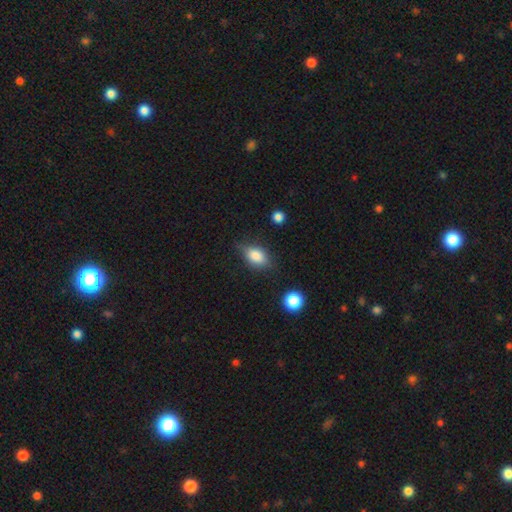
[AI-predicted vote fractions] A smooth galaxy with no disk features (80%) that is in between round and cigar-shaped (80%).

Vote fractions:
- Smooth or featured? smooth: 80% / featured or disk: 12% / star or artifact: 8%
- How rounded? in between: 80% / round: 17% / cigar-shaped: 3%
- Merging? none: 70% / minor disturbance: 22% / major disturbance: 5% / merger: 2%